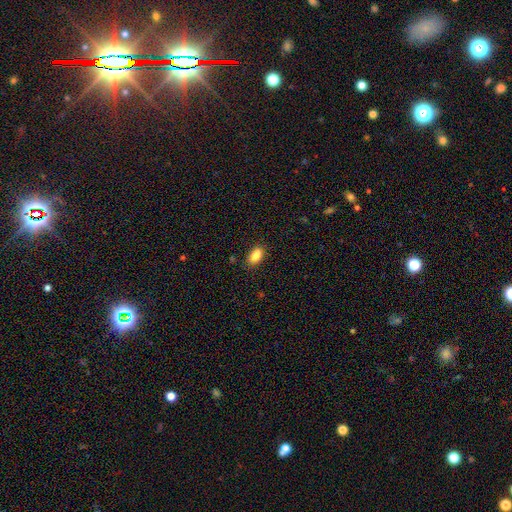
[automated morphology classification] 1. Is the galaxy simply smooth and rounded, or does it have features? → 85% smooth, 8% star or artifact, 6% featured or disk.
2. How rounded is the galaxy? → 90% in between, 7% round, 3% cigar-shaped.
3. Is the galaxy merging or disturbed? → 85% none, 11% minor disturbance, 2% major disturbance, 1% merger.